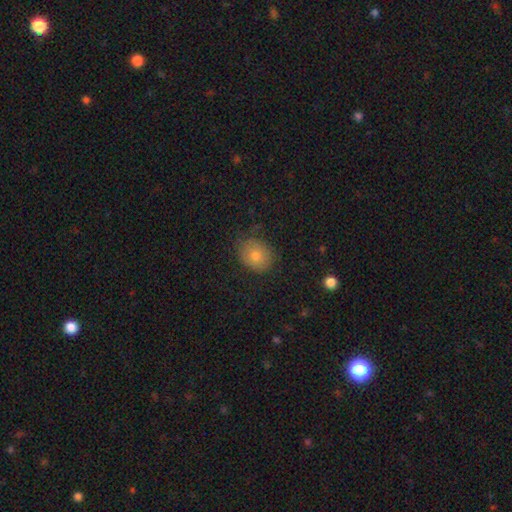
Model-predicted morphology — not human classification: A smooth galaxy with no disk features (77%) that is round (59%).

Vote fractions:
- Smooth or featured? smooth: 77% / featured or disk: 13% / star or artifact: 10%
- How rounded? round: 59% / in between: 40% / cigar-shaped: 1%
- Merging? none: 78% / minor disturbance: 17% / major disturbance: 4% / merger: 1%